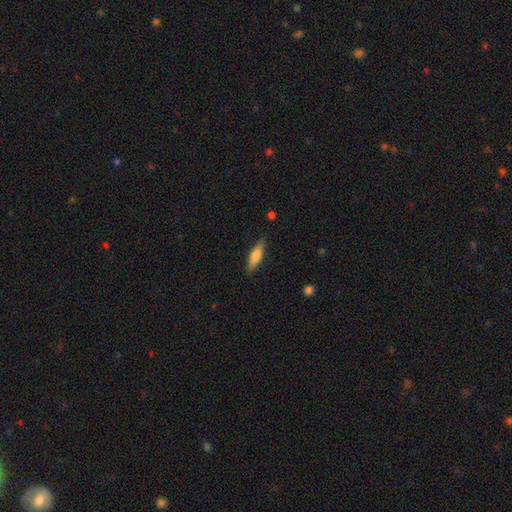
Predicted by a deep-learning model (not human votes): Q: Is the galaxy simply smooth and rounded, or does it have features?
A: smooth — 71%.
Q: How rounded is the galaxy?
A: cigar-shaped — 59%.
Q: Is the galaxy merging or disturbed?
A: none — 84%.